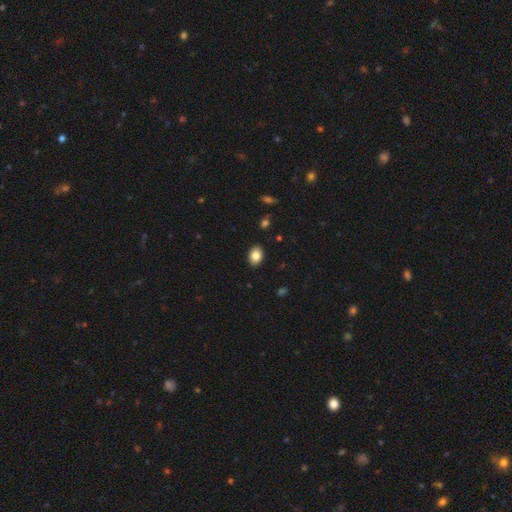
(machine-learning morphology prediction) Smooth or featured? Predicted: smooth (p=0.85). How rounded? Predicted: in between (p=0.82). Merging? Predicted: none (p=0.89).